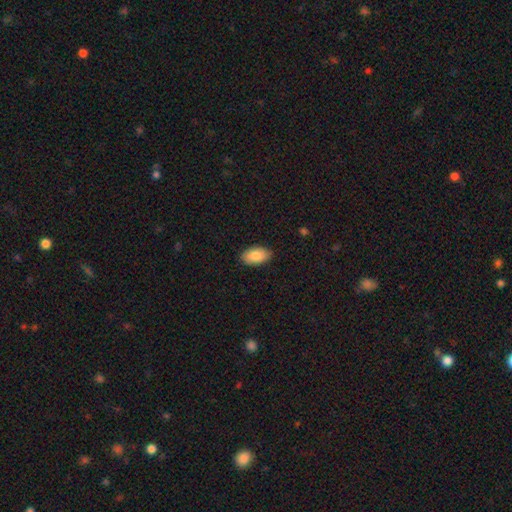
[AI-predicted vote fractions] This appears to be a smooth galaxy with no disk features (87%) that is in between round and cigar-shaped (95%). Merging: none (88%).